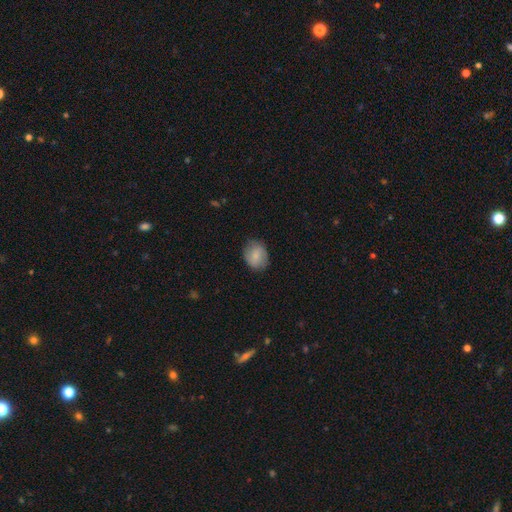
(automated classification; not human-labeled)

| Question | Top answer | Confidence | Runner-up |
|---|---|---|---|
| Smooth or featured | smooth | 75% | featured or disk (18%) |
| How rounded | round | 50% | in between (49%) |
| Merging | none | 81% | minor disturbance (15%) |